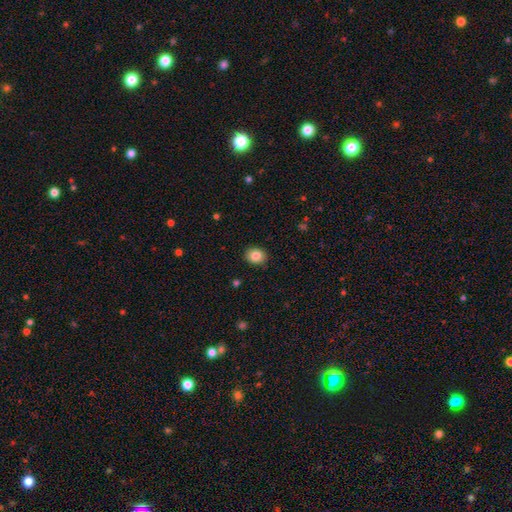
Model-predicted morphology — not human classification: Smooth or featured? smooth (85%)
How rounded? round (56%)
Merging? none (90%)